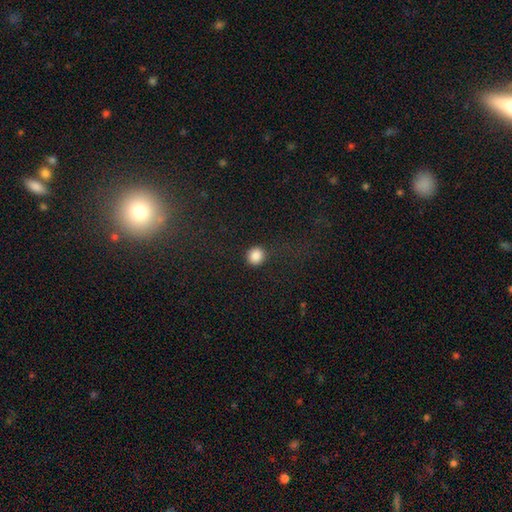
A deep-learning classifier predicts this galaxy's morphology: A smooth galaxy with no disk features (86%) that is round (89%). Merging: none (87%).